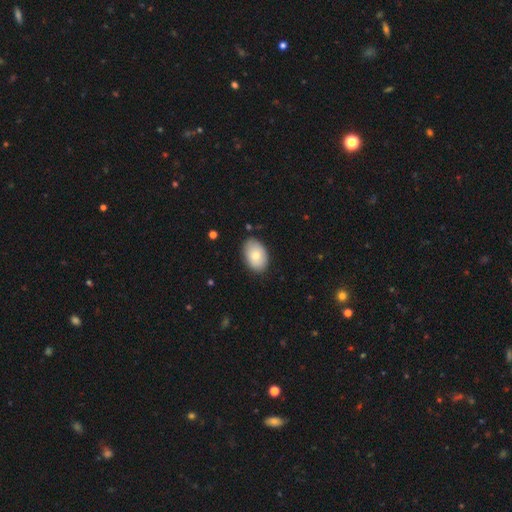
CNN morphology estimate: Smooth or featured? smooth (81%)
How rounded? in between (90%)
Merging? none (83%)